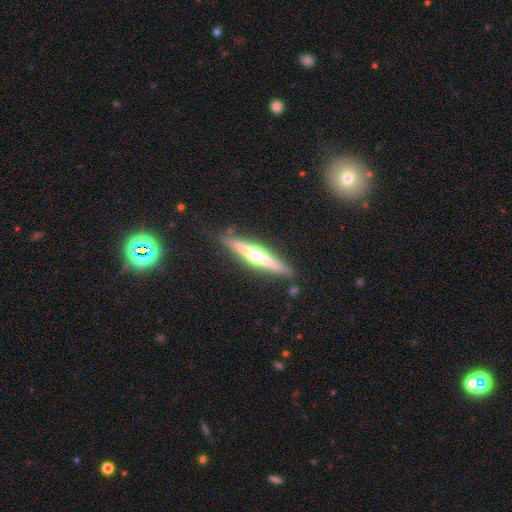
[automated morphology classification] A featured or disk galaxy (70%) viewed edge-on (97%) with a rounded central bulge (92%). Merging: none (86%).